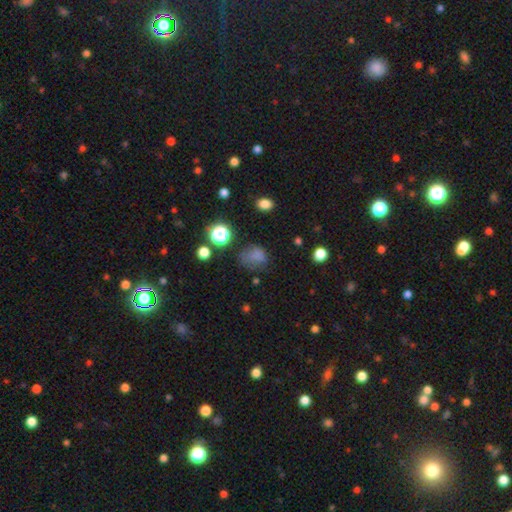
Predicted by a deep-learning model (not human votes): Smooth or featured? Predicted: smooth (p=0.70). How rounded? Predicted: round (p=0.52). Merging? Predicted: none (p=0.48).